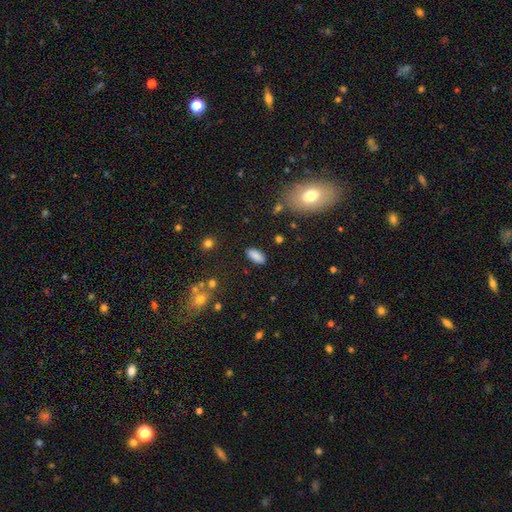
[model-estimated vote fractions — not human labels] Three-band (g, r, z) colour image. It shows a smooth galaxy with no disk features (86%) that is in between round and cigar-shaped (86%). Merging: none (86%).